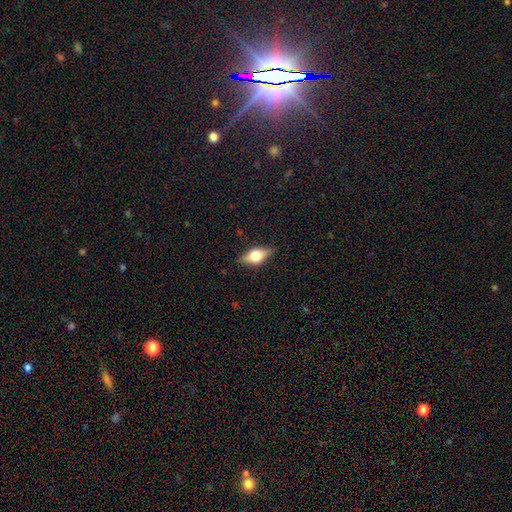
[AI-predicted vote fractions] Smooth or featured: smooth — 47% (featured or disk — 45%)
Merging: none — 84% (minor disturbance — 12%)